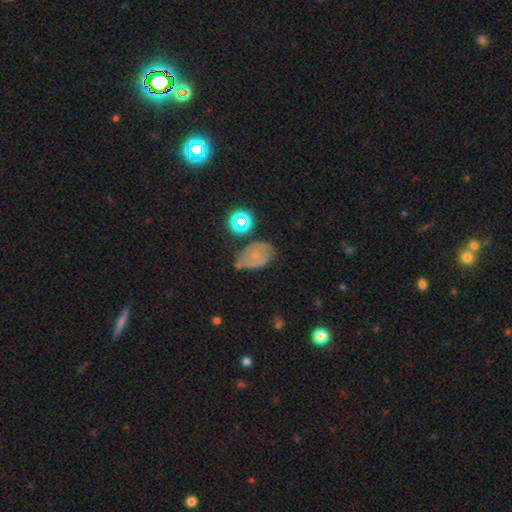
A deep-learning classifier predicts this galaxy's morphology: This appears to be a smooth galaxy with no disk features (51%) that is in between round and cigar-shaped (79%). Merging: none (47%).